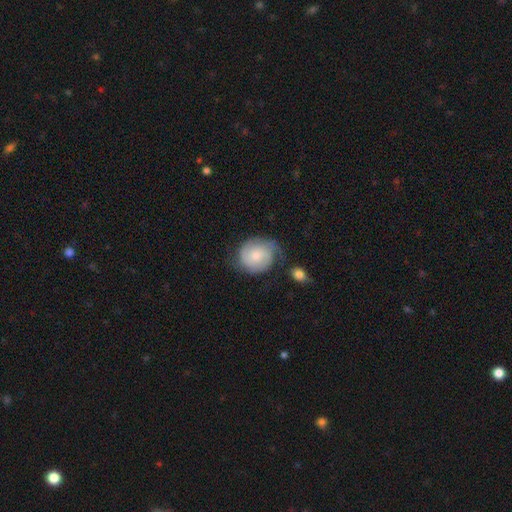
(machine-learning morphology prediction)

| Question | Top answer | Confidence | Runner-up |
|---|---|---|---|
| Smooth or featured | featured or disk | 58% | smooth (35%) |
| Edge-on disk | no | 98% | yes (2%) |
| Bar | no | 71% | weak (26%) |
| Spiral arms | yes | 91% | no (9%) |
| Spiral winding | tight | 50% | medium (37%) |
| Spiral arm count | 2 | 54% | can't tell (20%) |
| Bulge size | small | 44% | moderate (41%) |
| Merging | none | 58% | minor disturbance (25%) |